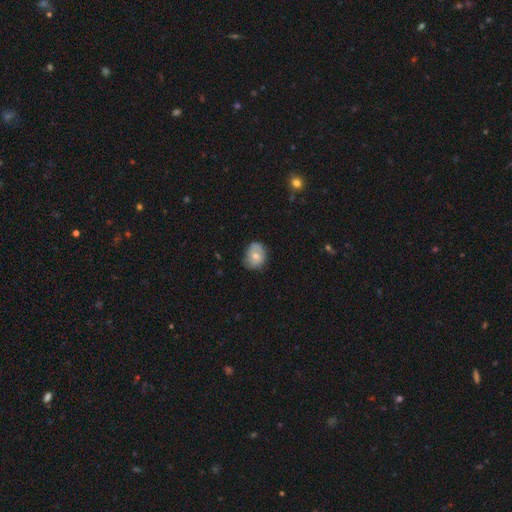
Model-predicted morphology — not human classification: Smooth or featured?
  - smooth: 56% *
  - featured or disk: 37%
  - star or artifact: 8%
How rounded?
  - round: 57% *
  - in between: 42%
  - cigar-shaped: 1%
Merging?
  - none: 67% *
  - minor disturbance: 26%
  - major disturbance: 6%
  - merger: 1%